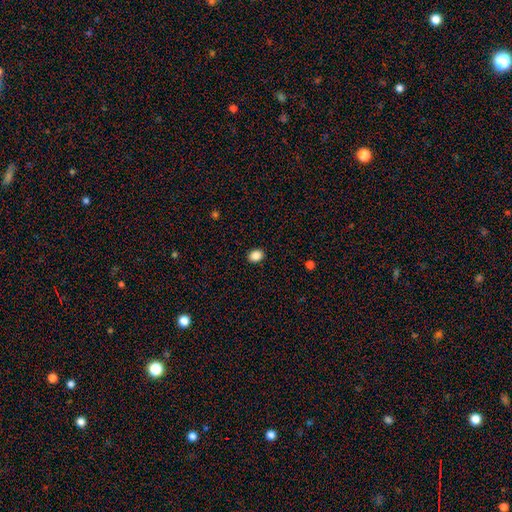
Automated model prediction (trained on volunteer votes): Smooth or featured? Predicted: smooth (p=0.87). How rounded? Predicted: in between (p=0.50, tied with round). Merging? Predicted: none (p=0.91).